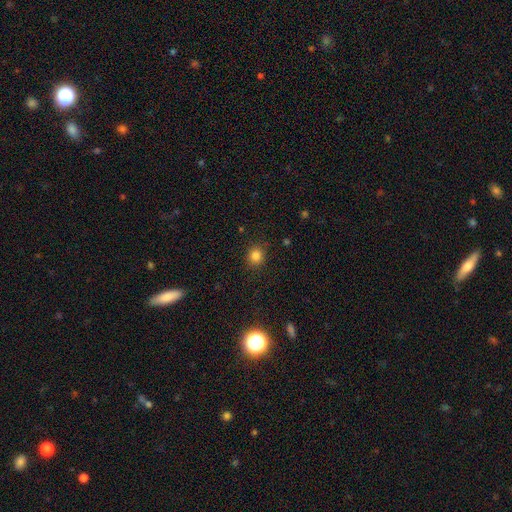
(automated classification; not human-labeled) This appears to be a smooth galaxy with no disk features (83%) that is round (86%). Merging: none (88%).